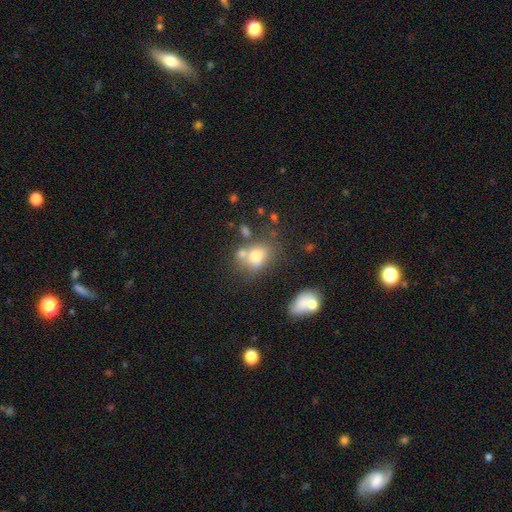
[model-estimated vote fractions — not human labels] Smooth or featured? Predicted: smooth (p=0.72). How rounded? Predicted: in between (p=0.52). Merging? Predicted: none (p=0.45).